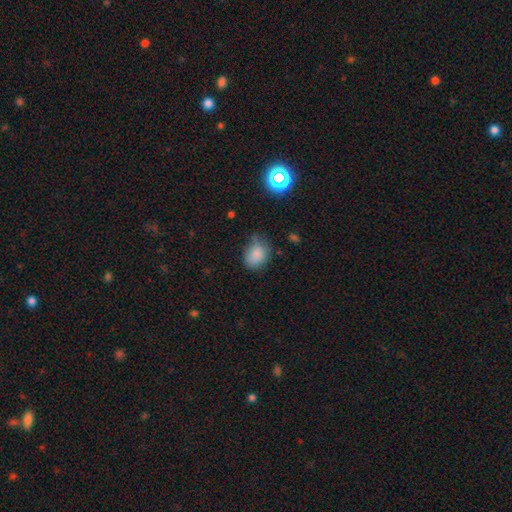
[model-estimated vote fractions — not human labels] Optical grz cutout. It shows a smooth galaxy with no disk features (81%) that is in between round and cigar-shaped (61%). Merging: none (49%).